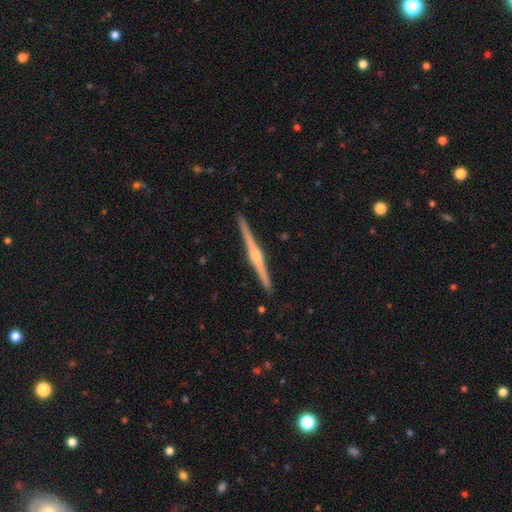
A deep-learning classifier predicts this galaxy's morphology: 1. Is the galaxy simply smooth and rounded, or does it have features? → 84% featured or disk, 11% smooth, 5% star or artifact.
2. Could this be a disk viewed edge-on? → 99% yes, 1% no.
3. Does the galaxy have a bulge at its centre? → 82% rounded, 10% boxy, 8% none.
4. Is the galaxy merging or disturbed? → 93% none, 5% minor disturbance, 1% major disturbance, 1% merger.